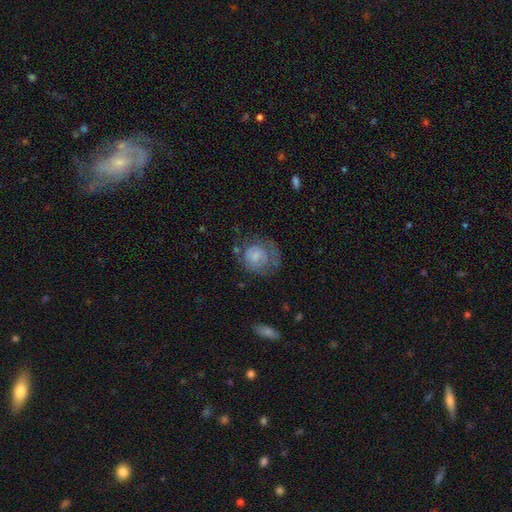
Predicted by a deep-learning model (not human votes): smooth-or-featured: smooth: 54% | featured or disk: 38% | star or artifact: 8%
  how-rounded: round: 75% | in between: 24% | cigar-shaped: 1%
  merging: none: 45% | major disturbance: 27% | minor disturbance: 26% | merger: 3%